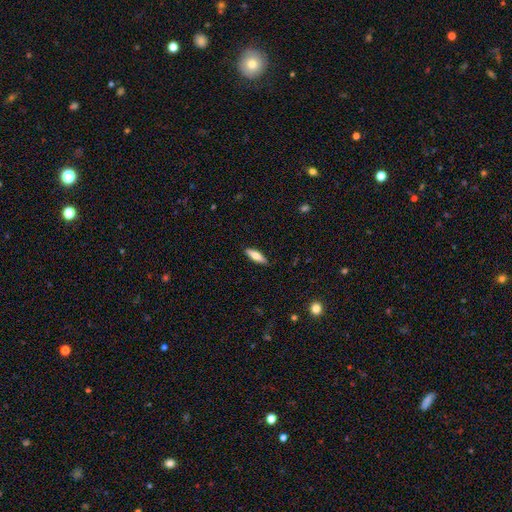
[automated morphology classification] smooth_or_featured: smooth (p=0.70) [alt: featured or disk p=0.24]
how_rounded: cigar-shaped (p=0.52) [alt: in between p=0.46]
merging: none (p=0.88) [alt: minor disturbance p=0.09]